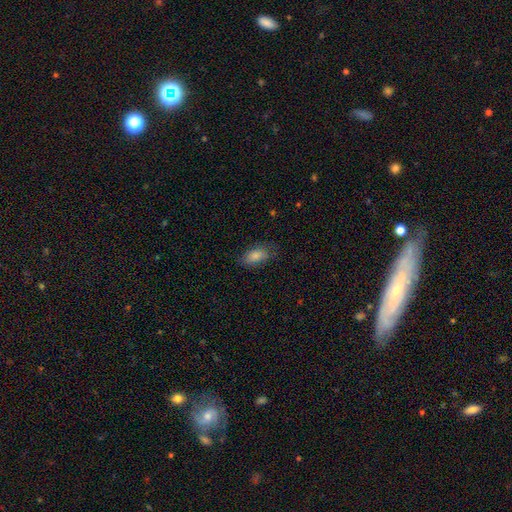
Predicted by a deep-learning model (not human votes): Smooth or featured? smooth (83%)
How rounded? in between (91%)
Merging? none (75%)